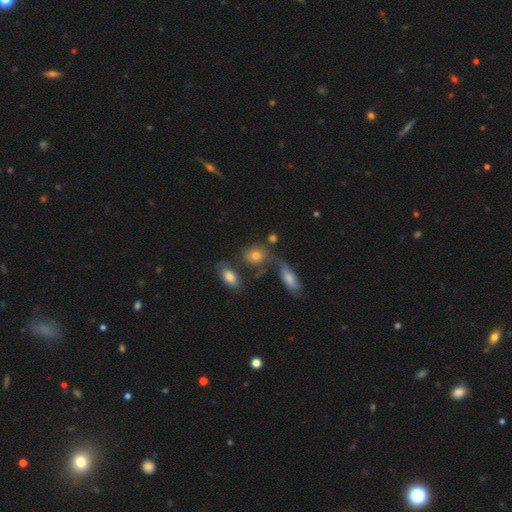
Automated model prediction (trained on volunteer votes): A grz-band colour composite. It shows a smooth galaxy with no disk features (67%) that is in between round and cigar-shaped (59%). Merging: none (42%).